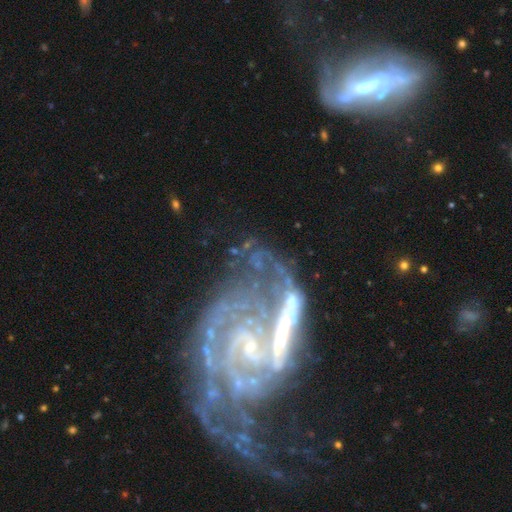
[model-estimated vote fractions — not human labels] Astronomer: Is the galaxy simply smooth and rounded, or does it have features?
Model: featured or disk — 79%.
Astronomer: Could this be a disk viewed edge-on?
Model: no — 93%.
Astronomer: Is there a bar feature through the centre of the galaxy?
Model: no — 50% (runner-up: weak, 27%).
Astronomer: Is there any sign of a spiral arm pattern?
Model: yes — 79%.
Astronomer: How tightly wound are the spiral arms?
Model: tight — 50% (runner-up: medium, 32%).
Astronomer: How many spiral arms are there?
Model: can't tell — 39% (runner-up: 2, 25%).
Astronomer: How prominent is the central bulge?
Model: small — 51%.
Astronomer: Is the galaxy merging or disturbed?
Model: merger — 30%, tied with none at 30%.